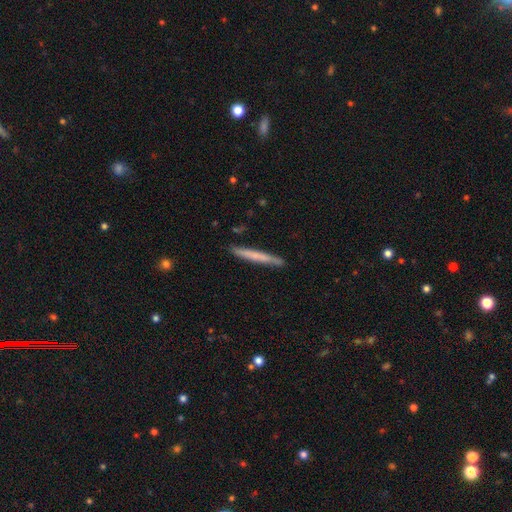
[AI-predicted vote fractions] Smooth or featured? smooth (62%)
How rounded? cigar-shaped (97%)
Merging? none (88%)